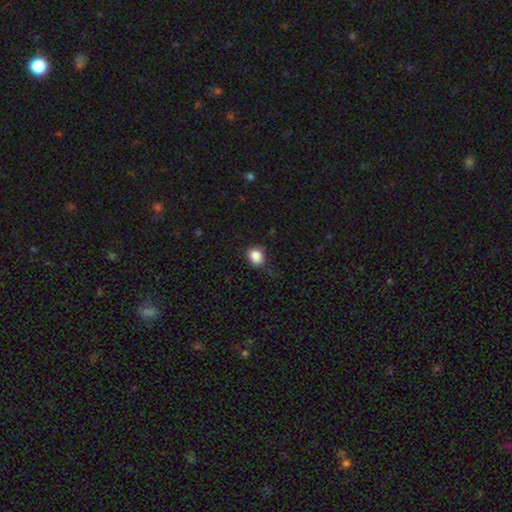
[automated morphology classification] type=smooth (86%); roundness=round (67%); merging=none (59%).